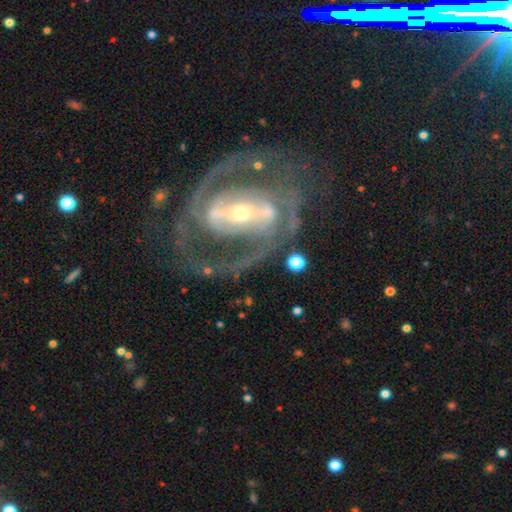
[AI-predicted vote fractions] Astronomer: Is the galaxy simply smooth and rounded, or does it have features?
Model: featured or disk — 89%.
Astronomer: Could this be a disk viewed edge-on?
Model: no — 96%.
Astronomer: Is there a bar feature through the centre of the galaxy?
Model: strong — 61%.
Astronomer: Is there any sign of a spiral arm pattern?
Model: yes — 93%.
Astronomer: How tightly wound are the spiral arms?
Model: medium — 50% (runner-up: tight, 37%).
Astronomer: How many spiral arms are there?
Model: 2 — 79%.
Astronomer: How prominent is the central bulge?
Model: small — 63%.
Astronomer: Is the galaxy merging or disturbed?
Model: none — 65%.